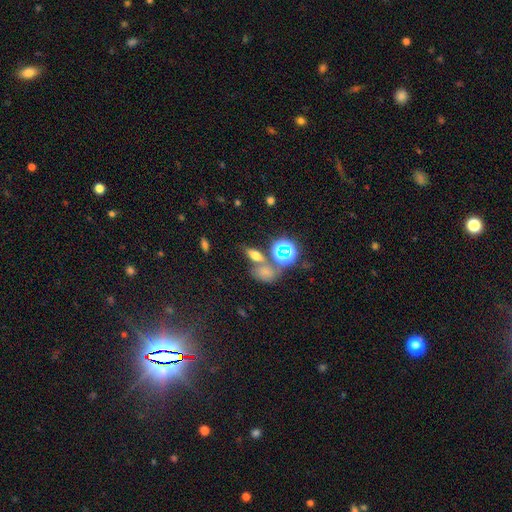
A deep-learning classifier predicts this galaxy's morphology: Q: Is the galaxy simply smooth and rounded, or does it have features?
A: smooth — 59%.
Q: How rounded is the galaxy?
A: in between — 69%.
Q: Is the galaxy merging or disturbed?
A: none — 55%.